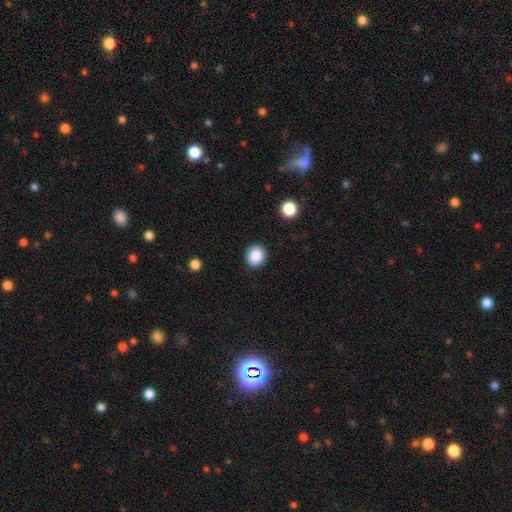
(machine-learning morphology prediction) Q: Smooth or featured?
A: smooth (87%); runner-up: star or artifact (9%)
Q: How rounded?
A: round (81%); runner-up: in between (18%)
Q: Merging?
A: none (91%); runner-up: minor disturbance (6%)